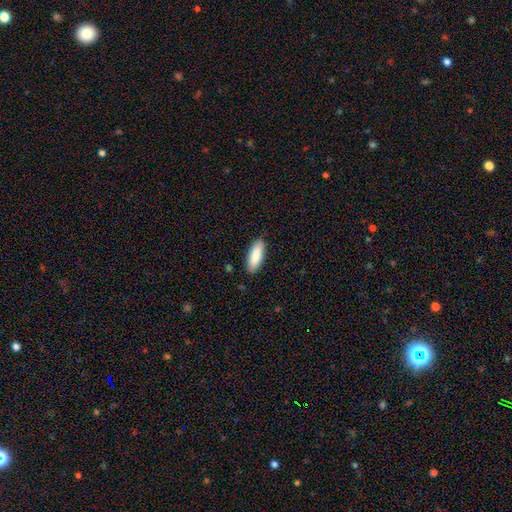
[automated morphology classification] smooth-or-featured: smooth: 87% | featured or disk: 7% | star or artifact: 6%
  how-rounded: in between: 67% | cigar-shaped: 31% | round: 2%
  merging: none: 88% | minor disturbance: 9% | major disturbance: 2% | merger: 1%